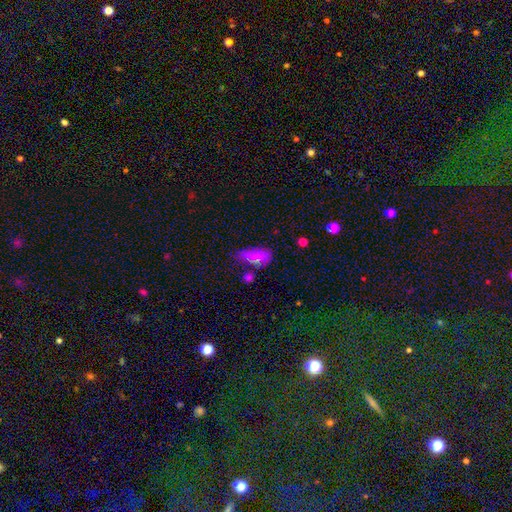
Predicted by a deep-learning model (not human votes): Morphology: type=smooth (65%); roundness=in between (88%); merging=none (46%).